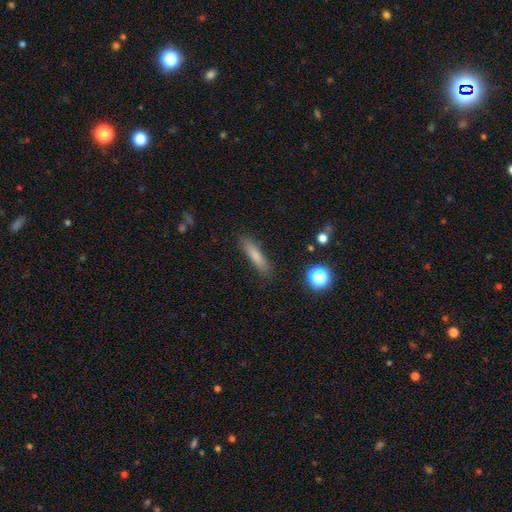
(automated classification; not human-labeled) smooth_or_featured: smooth (p=0.78) [alt: featured or disk p=0.13]
how_rounded: cigar-shaped (p=0.81) [alt: in between p=0.17]
merging: none (p=0.86) [alt: minor disturbance p=0.10]